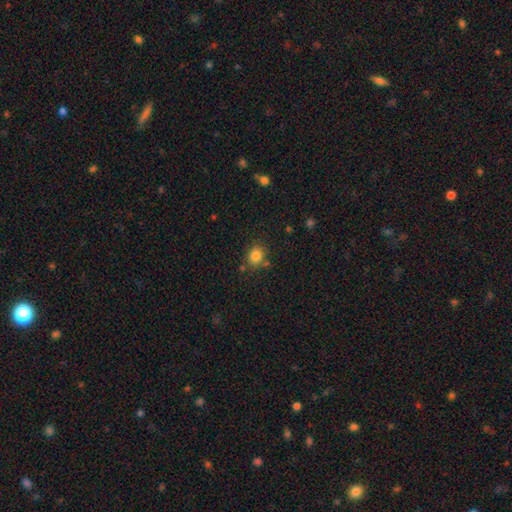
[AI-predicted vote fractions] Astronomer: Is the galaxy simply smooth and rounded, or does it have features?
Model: smooth — 83%.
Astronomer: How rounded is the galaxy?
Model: round — 64%.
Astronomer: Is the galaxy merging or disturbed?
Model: none — 74%.